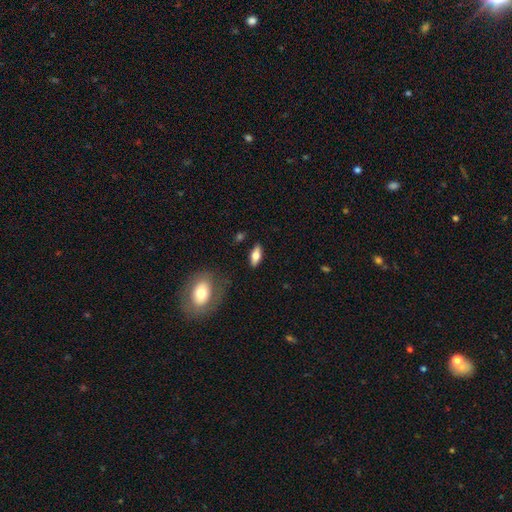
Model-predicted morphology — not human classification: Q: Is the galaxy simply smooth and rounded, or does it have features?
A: smooth — 70%.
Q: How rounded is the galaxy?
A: in between — 81%.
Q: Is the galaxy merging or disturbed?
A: none — 85%.